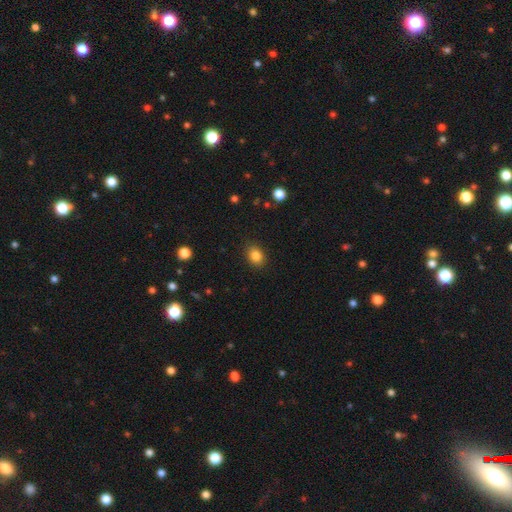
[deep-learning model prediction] Q: Smooth or featured?
A: smooth (84%); runner-up: star or artifact (10%)
Q: How rounded?
A: in between (54%); runner-up: round (45%)
Q: Merging?
A: none (88%); runner-up: minor disturbance (9%)